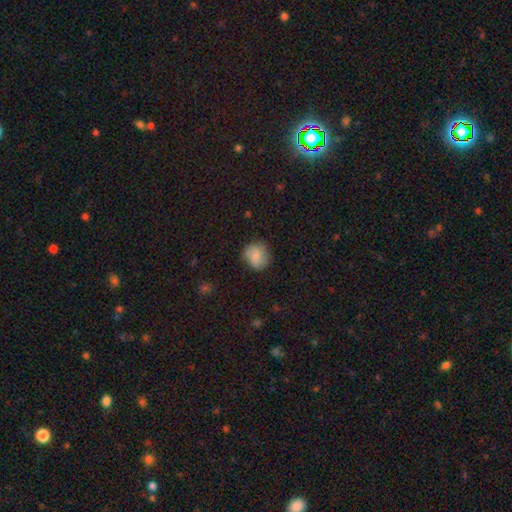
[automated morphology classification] Smooth or featured? Predicted: smooth (p=0.75). How rounded? Predicted: round (p=0.81). Merging? Predicted: none (p=0.73).